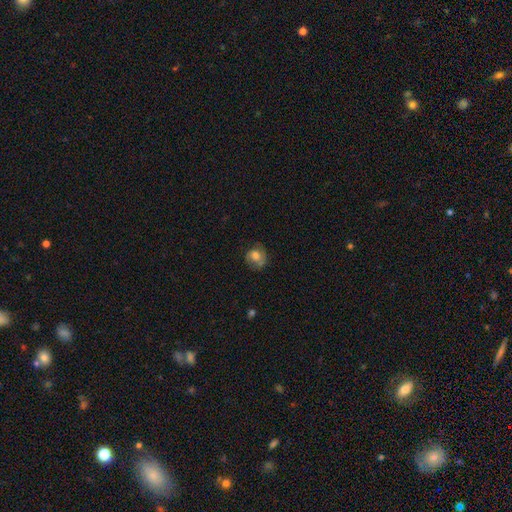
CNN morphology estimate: Overall: smooth (63%; featured or disk 27%). How rounded: round (75%). Merging: none (63%; minor disturbance 25%).